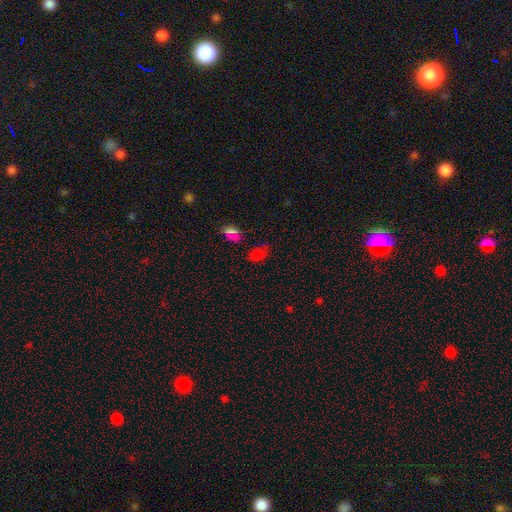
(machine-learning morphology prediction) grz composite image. It shows a smooth galaxy with no disk features (63%) that is in between round and cigar-shaped (81%). Merging: none (67%).